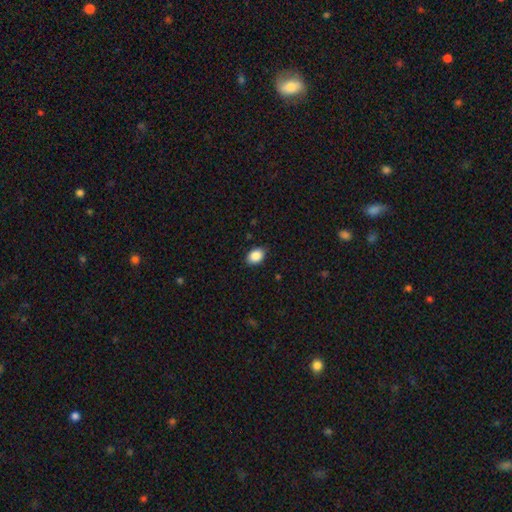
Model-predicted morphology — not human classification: Smooth or featured? smooth (89%)
How rounded? in between (77%)
Merging? none (86%)